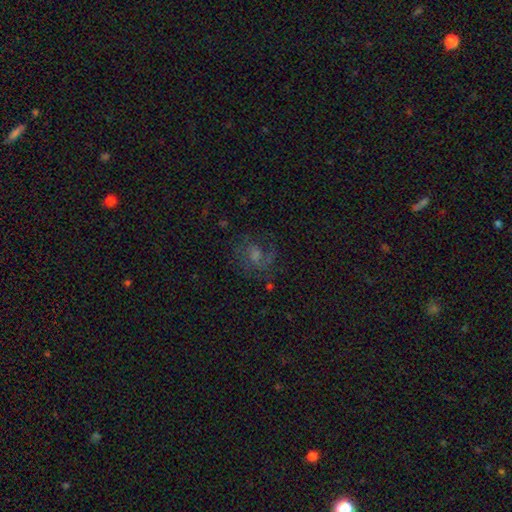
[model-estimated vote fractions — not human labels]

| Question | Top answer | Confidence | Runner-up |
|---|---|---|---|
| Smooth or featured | featured or disk | 54% | smooth (27%) |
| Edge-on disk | no | 97% | yes (3%) |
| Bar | no | 52% | weak (41%) |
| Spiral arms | yes | 82% | no (18%) |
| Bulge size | moderate | 40% | small (35%) |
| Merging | none | 61% | major disturbance (19%) |